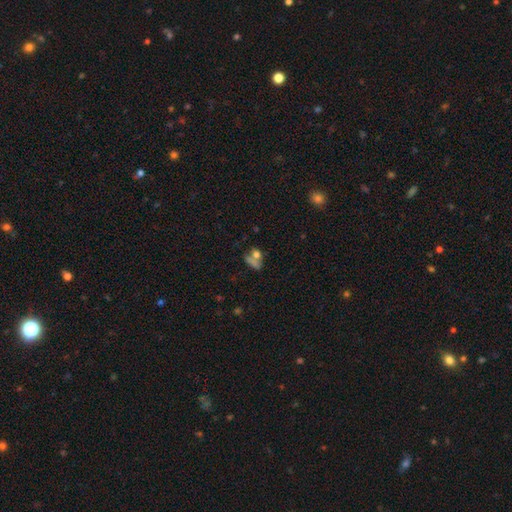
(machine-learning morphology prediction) This is likely a smooth galaxy (63%). How rounded: possibly in between (52%). Merging: marginally none (36%).